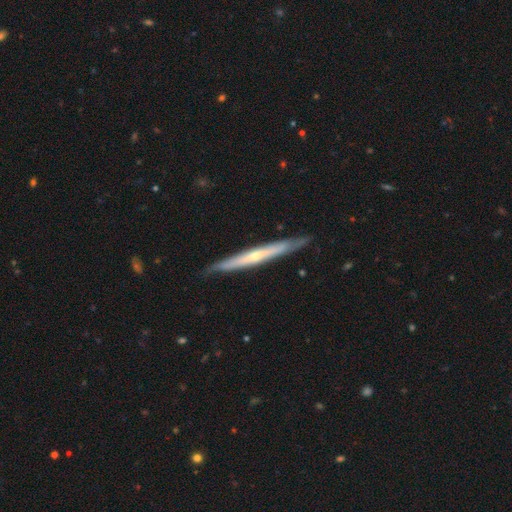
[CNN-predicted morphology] Smooth or featured?
  - featured or disk: 66% *
  - smooth: 29%
  - star or artifact: 5%
Edge-on disk?
  - yes: 94% *
  - no: 6%
Edge-on bulge?
  - rounded: 57% *
  - none: 40%
  - boxy: 3%
Merging?
  - none: 86% *
  - minor disturbance: 11%
  - major disturbance: 2%
  - merger: 1%